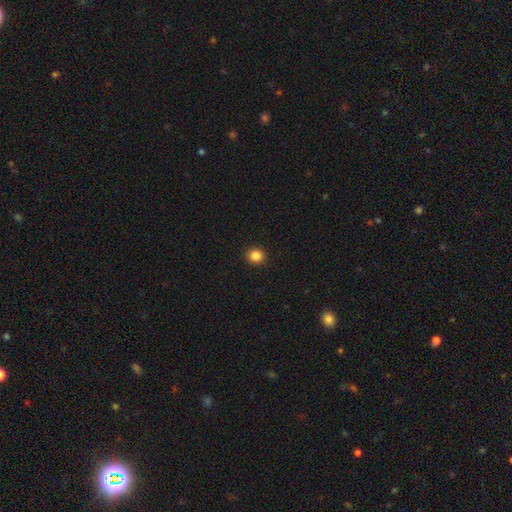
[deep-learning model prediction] Q: Smooth or featured?
A: smooth (85%); runner-up: star or artifact (11%)
Q: How rounded?
A: round (86%); runner-up: in between (13%)
Q: Merging?
A: none (93%); runner-up: minor disturbance (5%)